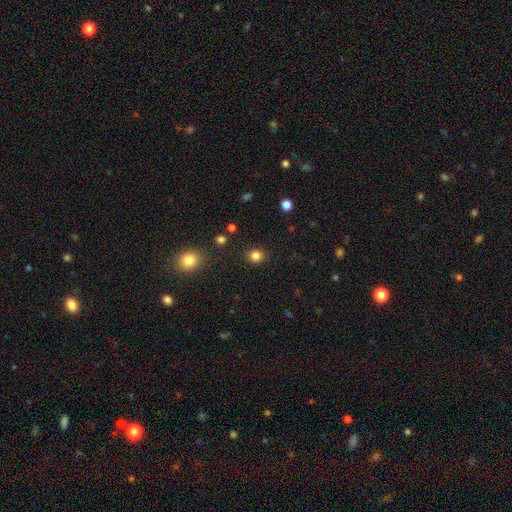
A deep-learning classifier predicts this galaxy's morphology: A smooth galaxy with no disk features (83%) that is round (84%).

Vote fractions:
- Smooth or featured? smooth: 83% / star or artifact: 12% / featured or disk: 4%
- How rounded? round: 84% / in between: 15% / cigar-shaped: 1%
- Merging? none: 89% / minor disturbance: 7% / major disturbance: 2% / merger: 2%